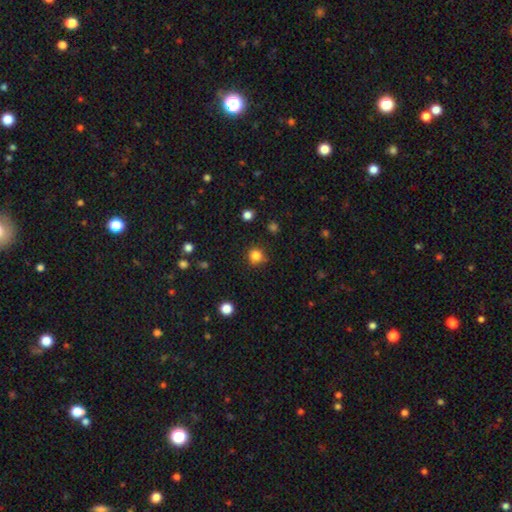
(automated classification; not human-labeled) smooth-or-featured: smooth: 83% | star or artifact: 13% | featured or disk: 4%
  how-rounded: round: 89% | in between: 10% | cigar-shaped: 1%
  merging: none: 80% | minor disturbance: 14% | major disturbance: 4% | merger: 2%